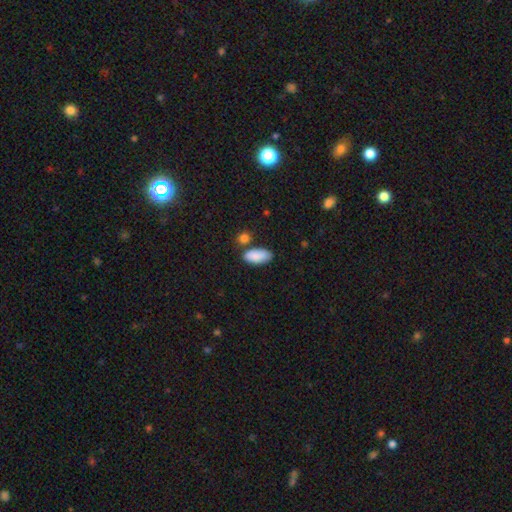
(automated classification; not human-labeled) smooth_or_featured: smooth (p=0.88) [alt: star or artifact p=0.06]
how_rounded: in between (p=0.90) [alt: cigar-shaped p=0.07]
merging: none (p=0.66) [alt: minor disturbance p=0.18]